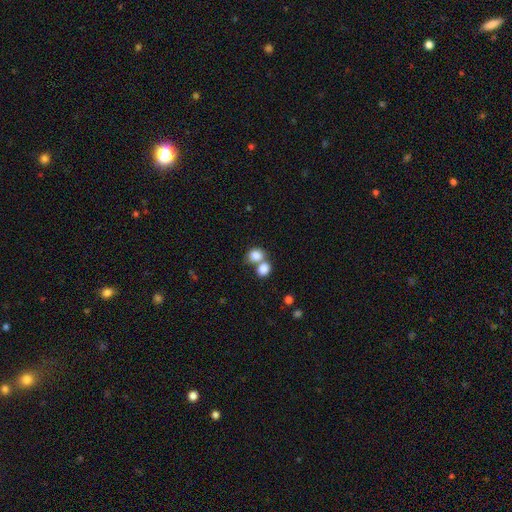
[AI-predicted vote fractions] smooth_or_featured: smooth (p=0.83) [alt: star or artifact p=0.09]
how_rounded: round (p=0.61) [alt: in between p=0.38]
merging: merger (p=0.55) [alt: none p=0.34]